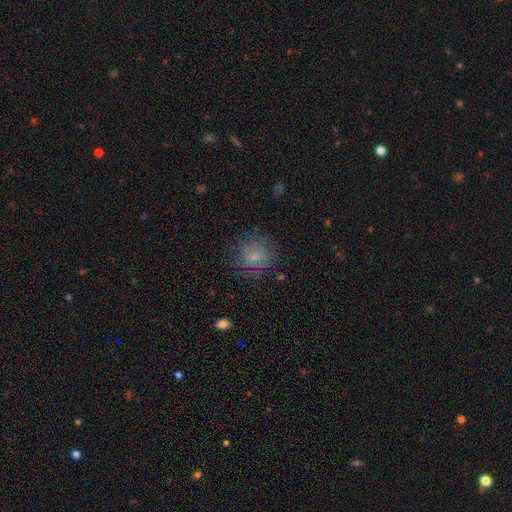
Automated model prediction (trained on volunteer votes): Smooth or featured? Predicted: smooth (p=0.50). How rounded? Predicted: round (p=0.84). Merging? Predicted: none (p=0.74).